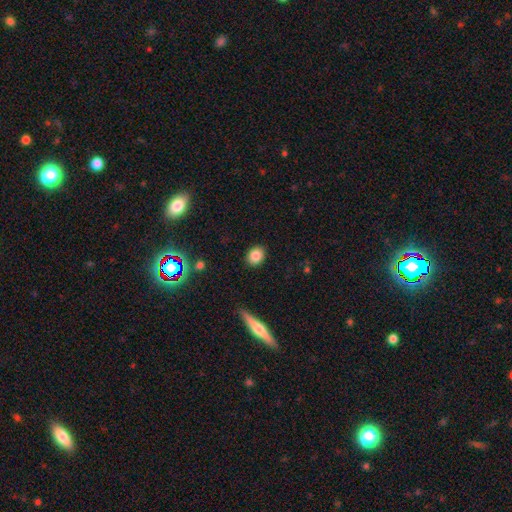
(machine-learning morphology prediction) Smooth or featured?
  - smooth: 83% *
  - star or artifact: 10%
  - featured or disk: 7%
How rounded?
  - round: 53% *
  - in between: 46%
  - cigar-shaped: 2%
Merging?
  - none: 88% *
  - minor disturbance: 8%
  - major disturbance: 2%
  - merger: 1%